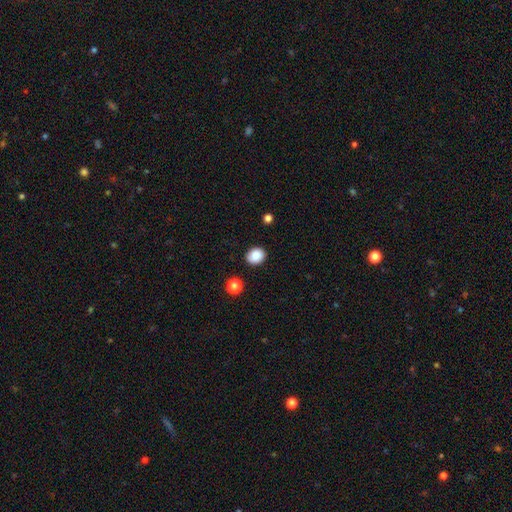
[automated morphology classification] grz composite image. It shows a smooth galaxy with no disk features (87%) that is round (62%). Merging: none (87%).